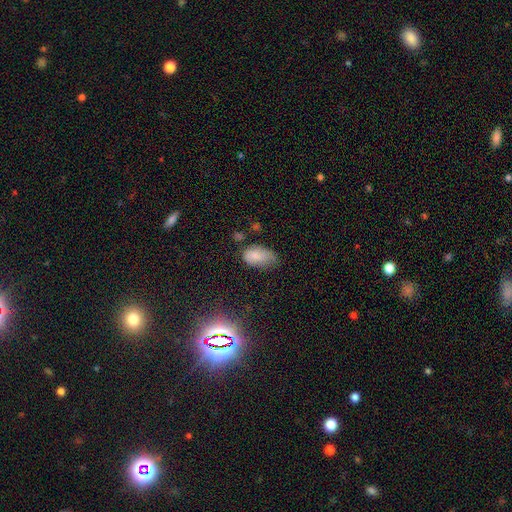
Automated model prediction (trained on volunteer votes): Overall: smooth (76%). How rounded: in between (91%). Merging: minor disturbance (43%; none 34%).